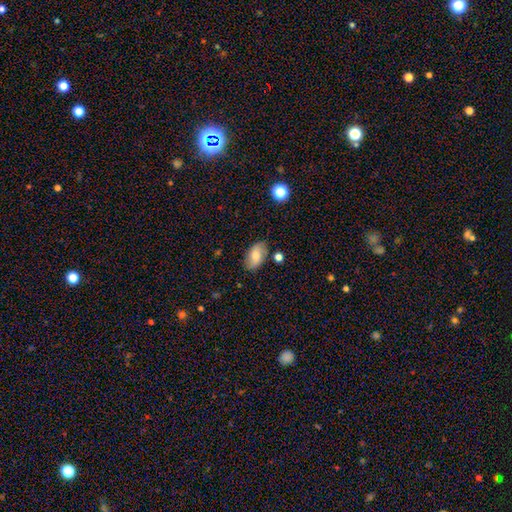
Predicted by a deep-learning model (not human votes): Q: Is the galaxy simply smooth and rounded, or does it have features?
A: smooth — 70%.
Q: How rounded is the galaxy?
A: in between — 92%.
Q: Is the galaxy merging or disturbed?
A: none — 79%.